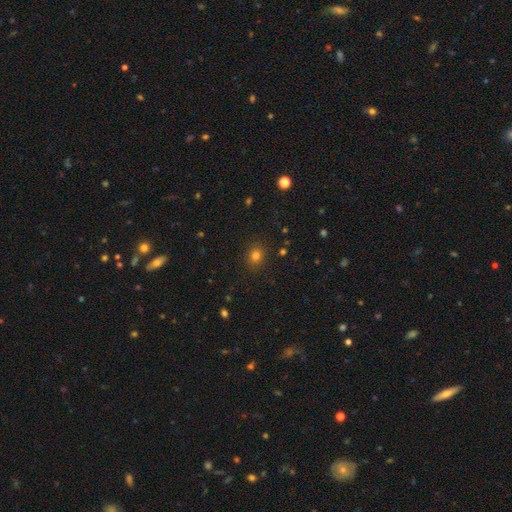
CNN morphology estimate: smooth-or-featured: smooth: 79% | star or artifact: 15% | featured or disk: 6%
  how-rounded: round: 76% | in between: 23% | cigar-shaped: 1%
  merging: none: 89% | minor disturbance: 8% | major disturbance: 3% | merger: 1%